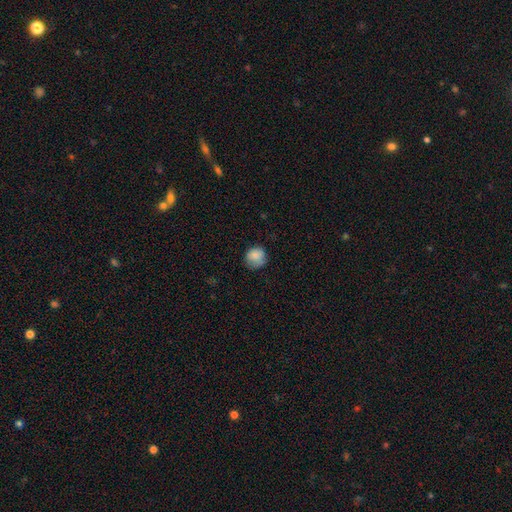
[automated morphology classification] smooth 84%, star or artifact 9%, featured or disk 8%. Down the decision tree: how rounded — round (85%); merging — none (73%).